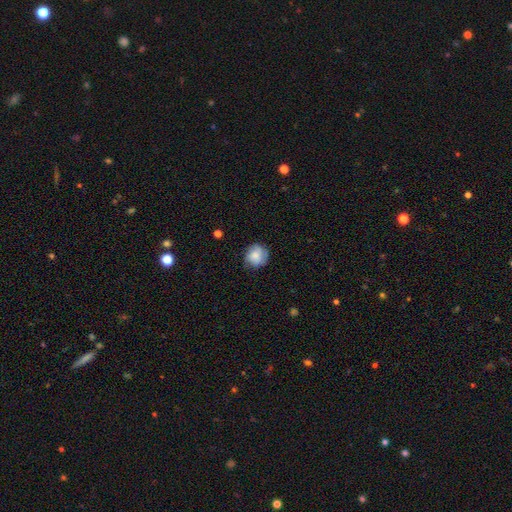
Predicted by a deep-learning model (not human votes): smooth-or-featured: smooth: 73% | featured or disk: 19% | star or artifact: 8%
  how-rounded: round: 88% | in between: 11% | cigar-shaped: 1%
  merging: none: 72% | minor disturbance: 21% | major disturbance: 6% | merger: 1%